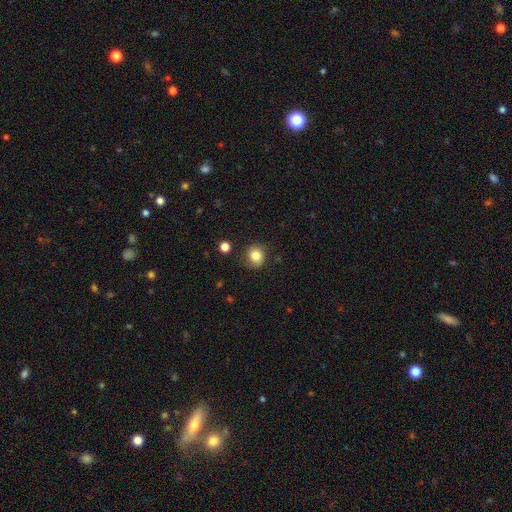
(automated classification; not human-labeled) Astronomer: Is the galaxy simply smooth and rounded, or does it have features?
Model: smooth — 82%.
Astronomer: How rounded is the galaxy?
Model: round — 84%.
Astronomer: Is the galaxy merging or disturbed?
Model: none — 80%.